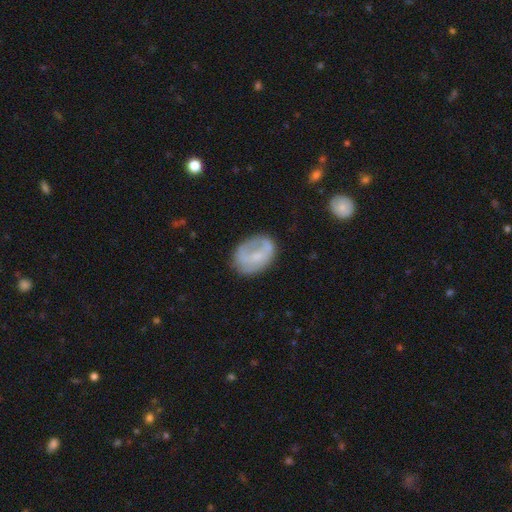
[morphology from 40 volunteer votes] Smooth or featured?
  - smooth: 60% *
  - featured or disk: 32%
  - star or artifact: 8%
How rounded?
  - in between: 75% *
  - round: 25%
  - cigar-shaped: 0%
Merging?
  - none: 59% *
  - minor disturbance: 27%
  - major disturbance: 14%
  - merger: 0%